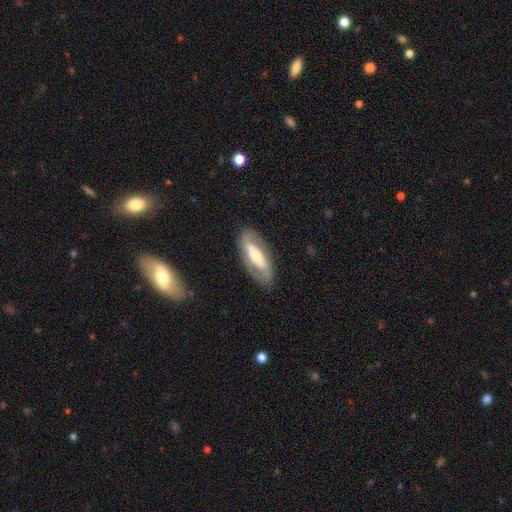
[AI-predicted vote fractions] Smooth or featured? Predicted: featured or disk (p=0.63). Edge-on disk? Predicted: no (p=0.83). Bar? Predicted: strong (p=0.49). Spiral arms? Predicted: yes (p=0.56). Bulge size? Predicted: moderate (p=0.53). Merging? Predicted: none (p=0.80).